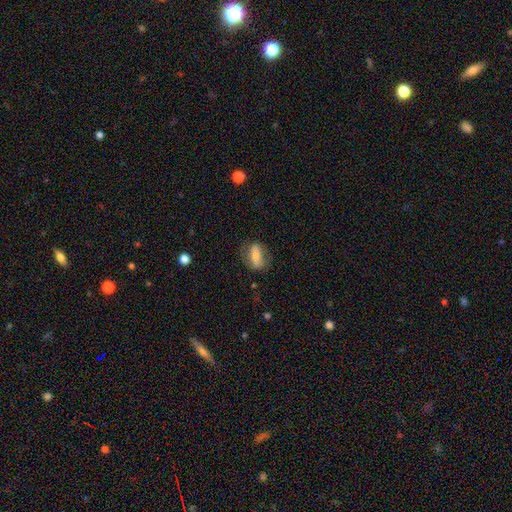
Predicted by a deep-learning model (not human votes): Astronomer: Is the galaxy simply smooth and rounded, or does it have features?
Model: smooth — 50% (runner-up: featured or disk, 42%).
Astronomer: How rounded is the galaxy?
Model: in between — 73%.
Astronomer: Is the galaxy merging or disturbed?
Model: none — 70%.